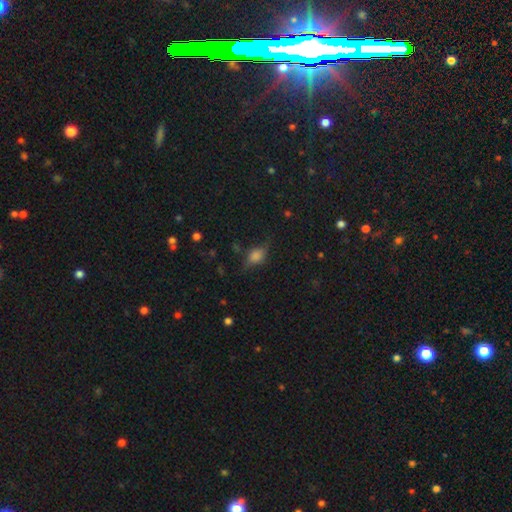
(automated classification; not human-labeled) Smooth or featured? Predicted: smooth (p=0.60). How rounded? Predicted: in between (p=0.62). Merging? Predicted: none (p=0.63).